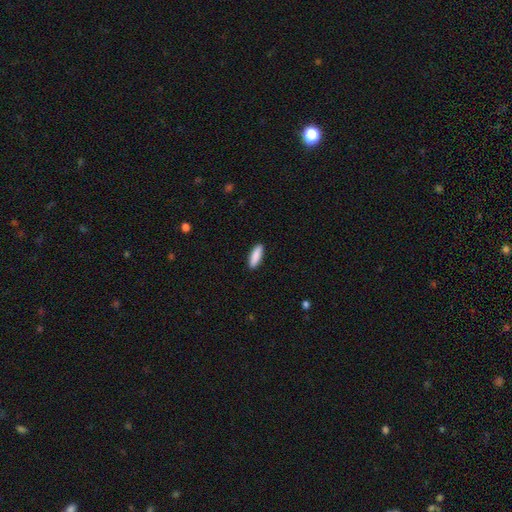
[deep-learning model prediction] A smooth galaxy with no disk features (89%) that is in between round and cigar-shaped (51%). Merging: none (91%).